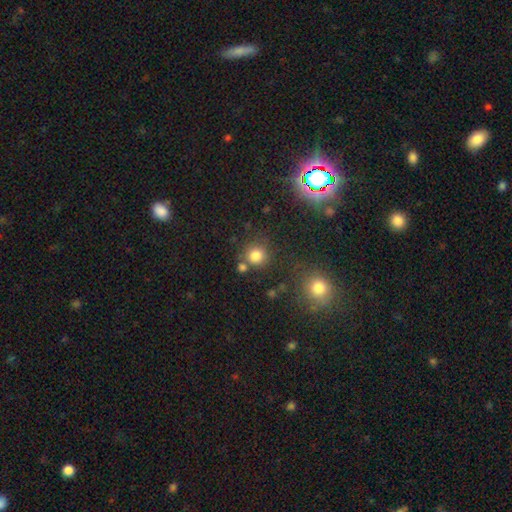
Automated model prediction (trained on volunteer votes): smooth 80%, star or artifact 14%, featured or disk 6%. Down the decision tree: how rounded — round (90%); merging — none (74%).